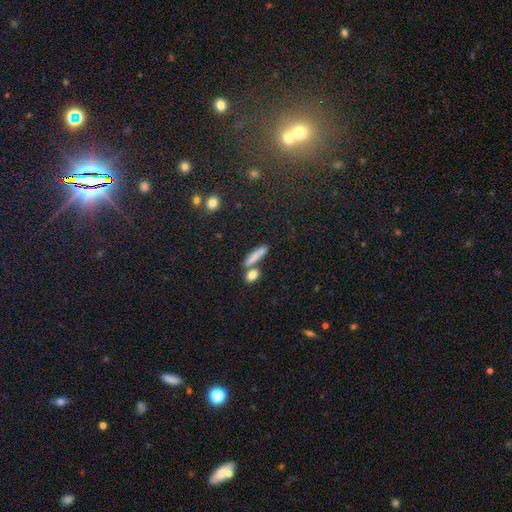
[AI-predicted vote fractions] Smooth or featured: smooth — 75% (featured or disk — 15%)
How rounded: cigar-shaped — 71% (in between — 21%)
Merging: none — 63% (merger — 21%)